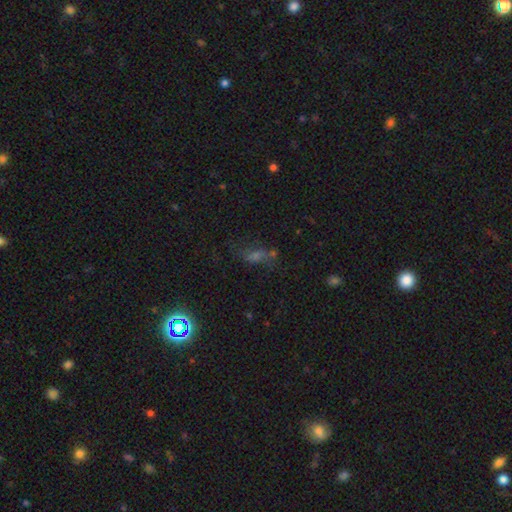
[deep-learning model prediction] Smooth or featured? star or artifact (40%)